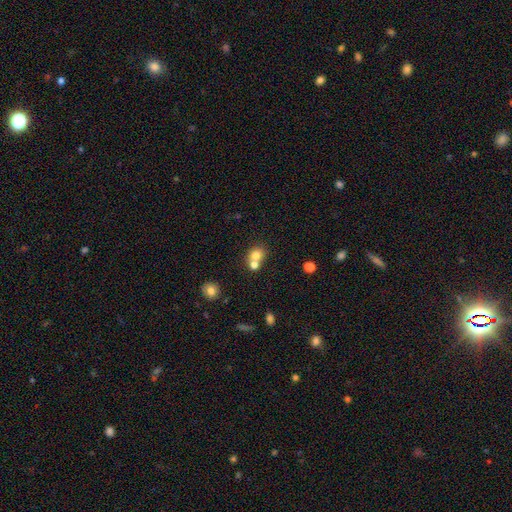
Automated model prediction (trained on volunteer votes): A smooth galaxy with no disk features (75%) that is round (75%). Merging: merger (50%).